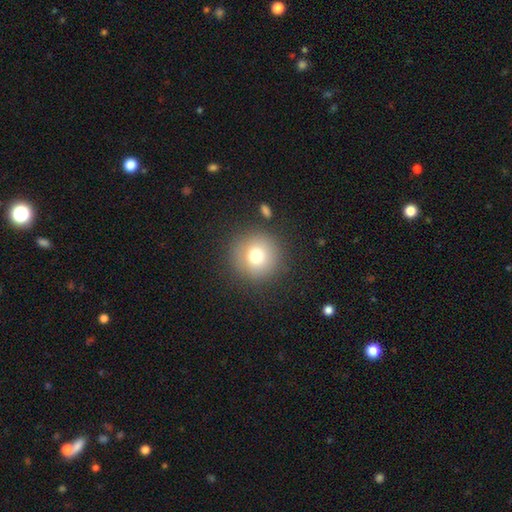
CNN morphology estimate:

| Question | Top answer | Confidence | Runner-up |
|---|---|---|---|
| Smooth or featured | smooth | 75% | featured or disk (13%) |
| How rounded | round | 94% | in between (5%) |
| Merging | none | 84% | minor disturbance (9%) |